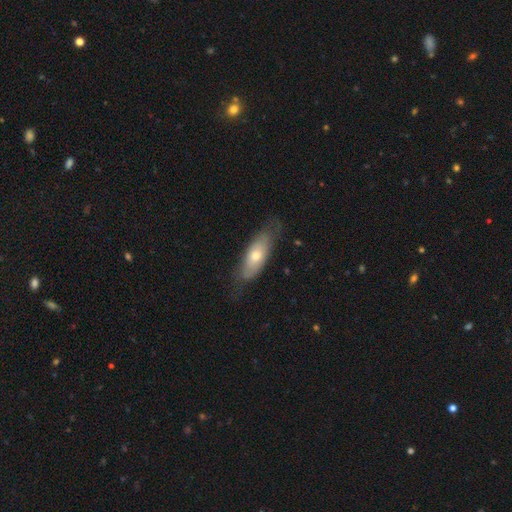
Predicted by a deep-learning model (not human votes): Morphology: type=smooth (58%); roundness=in between (72%); merging=none (68%).